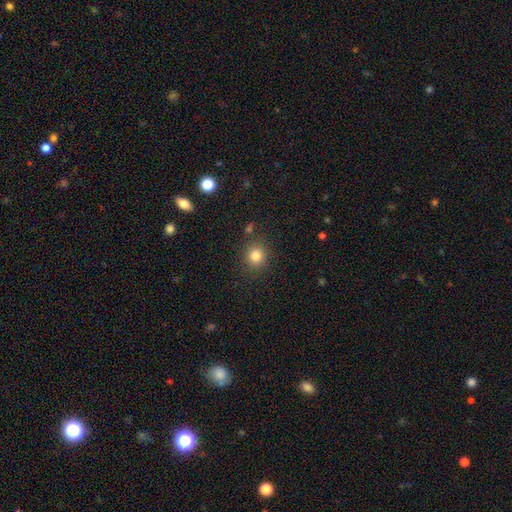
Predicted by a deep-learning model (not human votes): smooth 82%, star or artifact 12%, featured or disk 6%. Down the decision tree: how rounded — round (87%); merging — none (85%).